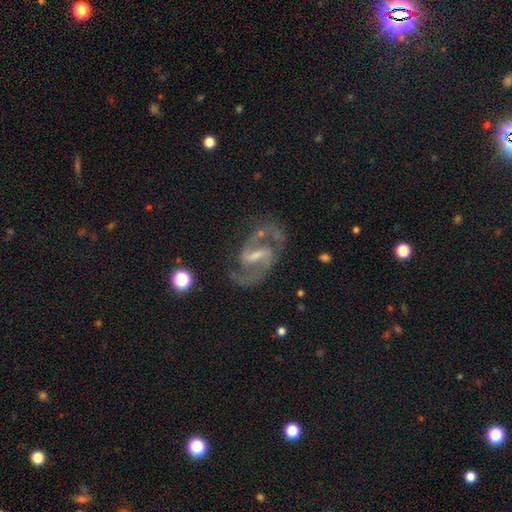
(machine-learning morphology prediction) Q: Smooth or featured?
A: featured or disk (91%); runner-up: star or artifact (5%)
Q: Edge-on disk?
A: no (97%); runner-up: yes (3%)
Q: Bar?
A: weak (46%); runner-up: strong (44%)
Q: Spiral arms?
A: yes (98%); runner-up: no (2%)
Q: Spiral winding?
A: medium (65%); runner-up: loose (19%)
Q: Spiral arm count?
A: 2 (93%); runner-up: can't tell (2%)
Q: Bulge size?
A: small (52%); runner-up: moderate (29%)
Q: Merging?
A: none (76%); runner-up: minor disturbance (14%)